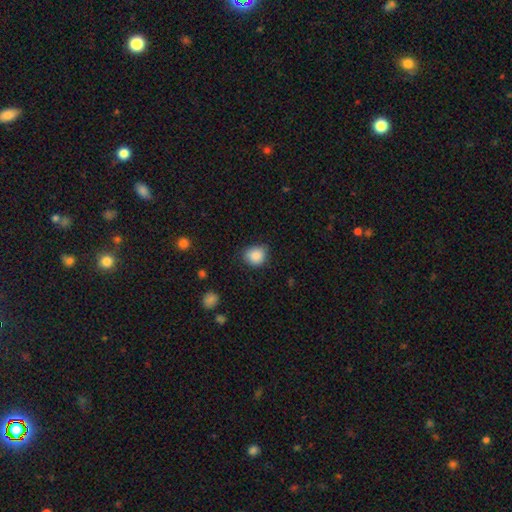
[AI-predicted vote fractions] Morphology: type=smooth (87%); roundness=round (73%); merging=none (72%).